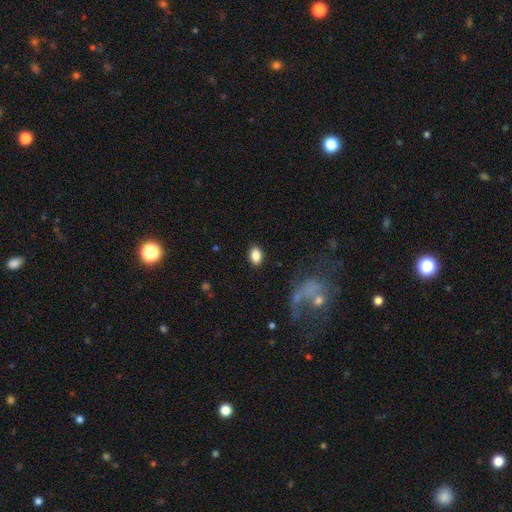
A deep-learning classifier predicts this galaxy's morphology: Smooth or featured: smooth — 86% (star or artifact — 8%)
How rounded: in between — 86% (round — 13%)
Merging: none — 87% (minor disturbance — 9%)